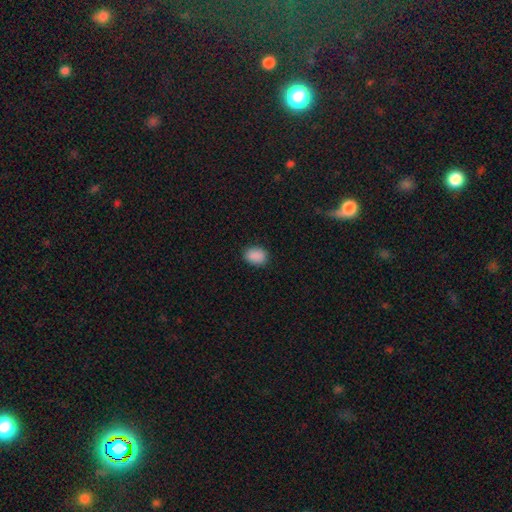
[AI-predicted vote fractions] Morphology: type=smooth (89%); roundness=in between (72%); merging=none (87%).